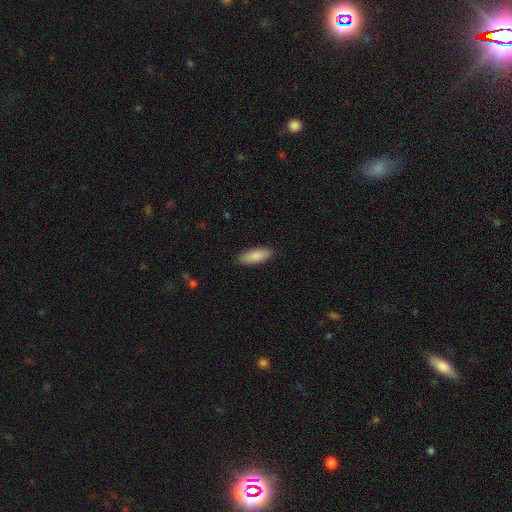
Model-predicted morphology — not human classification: Smooth or featured? smooth (88%)
How rounded? in between (69%)
Merging? none (89%)